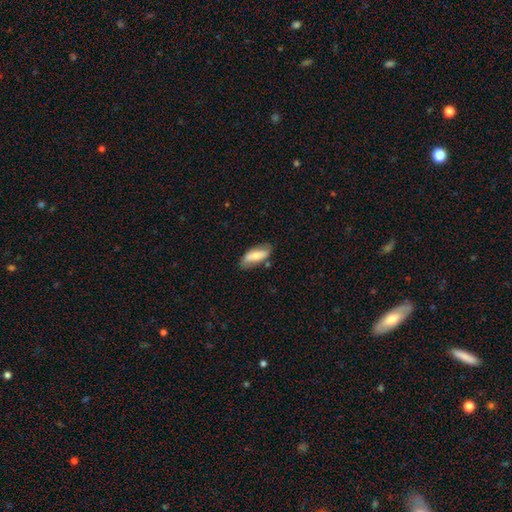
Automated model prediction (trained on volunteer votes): The model was most divided on "smooth or featured": smooth: 63%, featured or disk: 31%, star or artifact: 6%. More confident: how rounded — in between (75%); merging — none (73%).